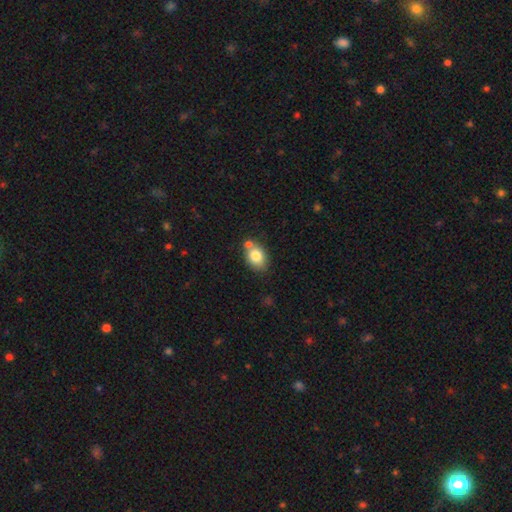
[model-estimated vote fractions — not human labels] Morphology: type=smooth (80%); roundness=in between (69%); merging=none (60%).